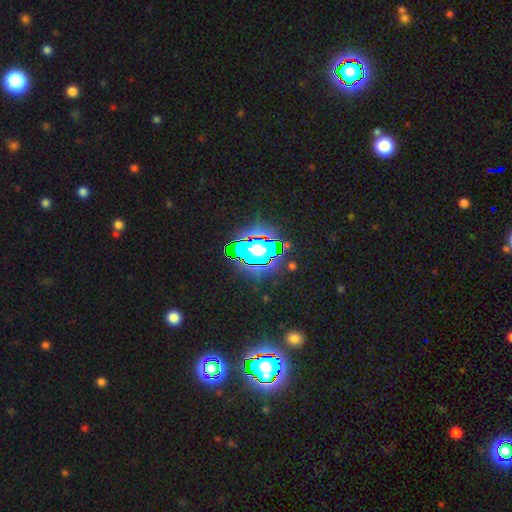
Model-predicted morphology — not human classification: Smooth or featured? star or artifact (70%)